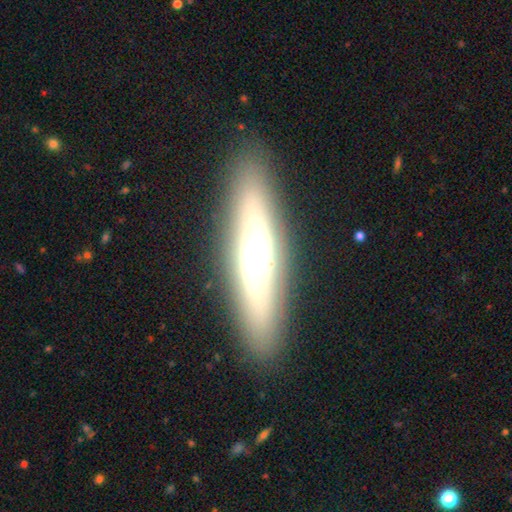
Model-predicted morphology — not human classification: A featured or disk galaxy (56%) viewed edge-on (74%).

Vote fractions:
- Smooth or featured? featured or disk: 56% / smooth: 35% / star or artifact: 9%
- Edge-on disk? yes: 74% / no: 26%
- Merging? none: 86% / minor disturbance: 9% / major disturbance: 3% / merger: 1%